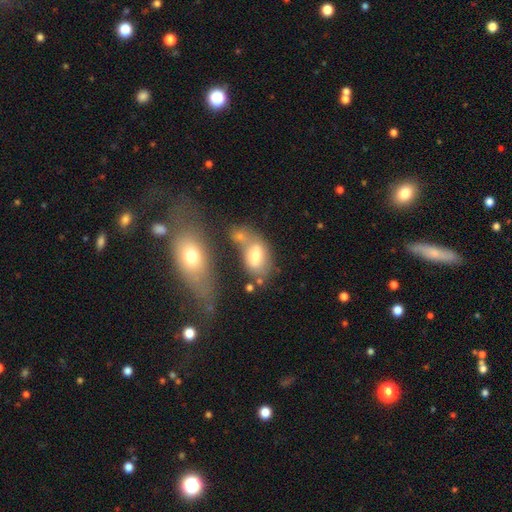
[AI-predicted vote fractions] Smooth or featured? Predicted: smooth (p=0.62). How rounded? Predicted: in between (p=0.84). Merging? Predicted: merger (p=0.42).